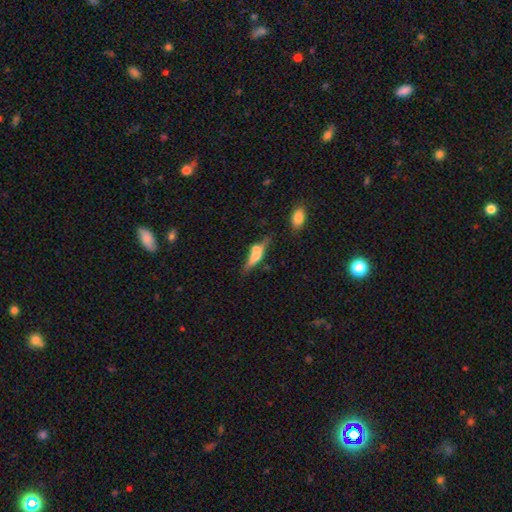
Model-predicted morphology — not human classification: This appears to be a smooth galaxy with no disk features (50%). Merging: none (48%).